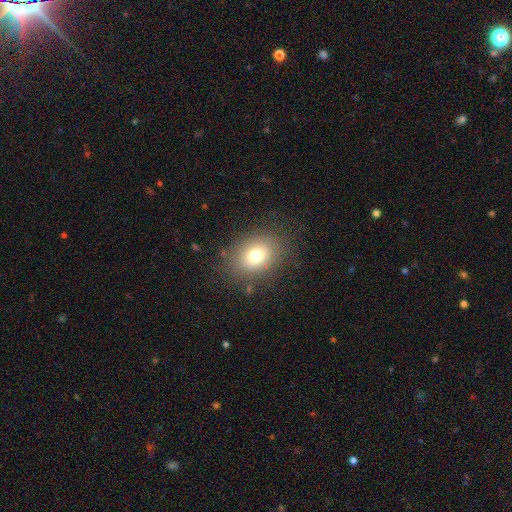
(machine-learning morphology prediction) This appears to be a smooth galaxy with no disk features (73%) that is in between round and cigar-shaped (57%). Merging: none (81%).